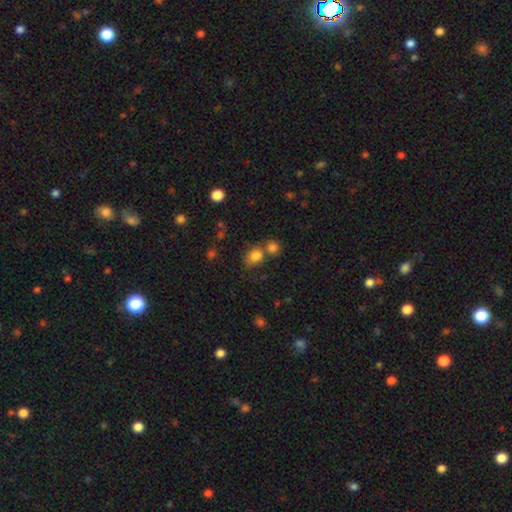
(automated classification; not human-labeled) A smooth galaxy with no disk features (81%) that is round (51%). Merging: none (47%).